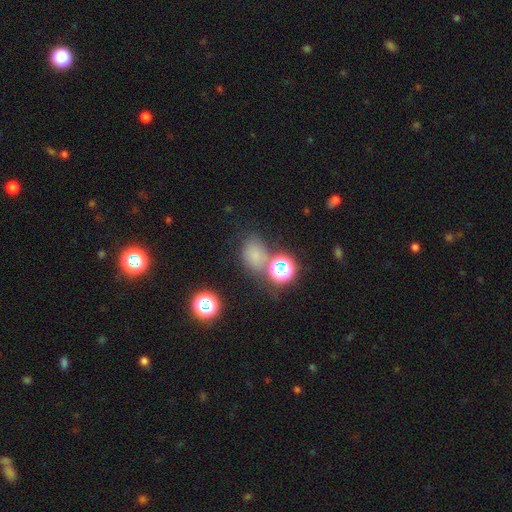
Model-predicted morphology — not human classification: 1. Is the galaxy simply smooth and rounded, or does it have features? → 64% smooth, 27% star or artifact, 9% featured or disk.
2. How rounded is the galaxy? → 53% in between, 46% round, 1% cigar-shaped.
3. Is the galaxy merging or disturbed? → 58% none, 18% merger, 17% minor disturbance, 7% major disturbance.